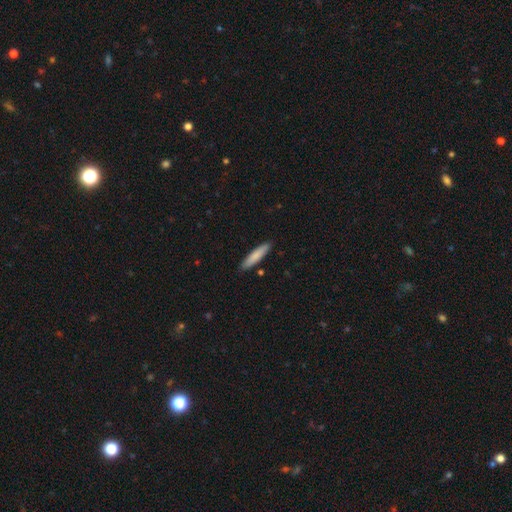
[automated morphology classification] smooth_or_featured: smooth (p=0.81) [alt: featured or disk p=0.13]
how_rounded: cigar-shaped (p=0.83) [alt: in between p=0.15]
merging: none (p=0.89) [alt: minor disturbance p=0.08]